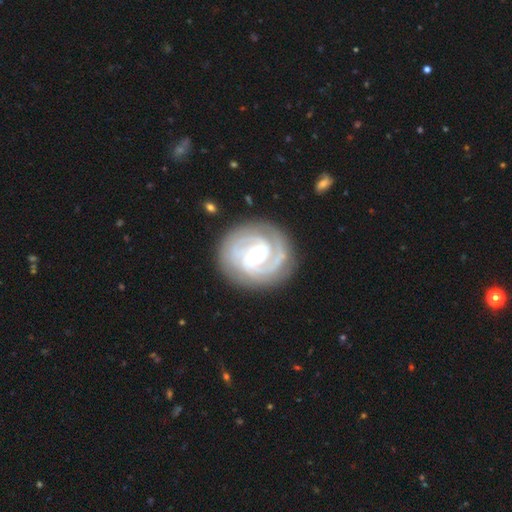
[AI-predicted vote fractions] This appears to be a featured or disk galaxy (90%) with a weak bar (43%), 2 (46%) tight (71%) spiral arms (97%) and a moderate central bulge (70%). Merging: none (82%).